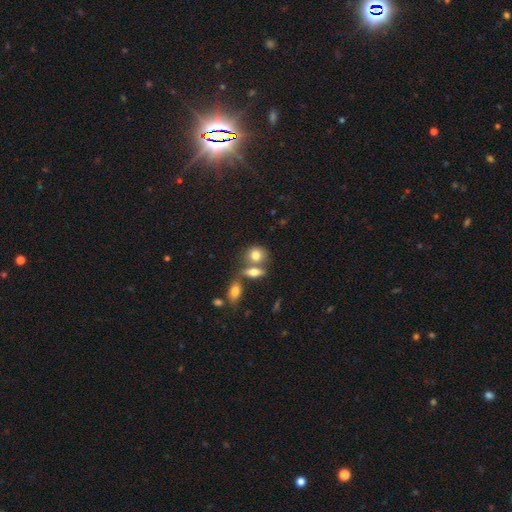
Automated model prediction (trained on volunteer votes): Smooth or featured?
  - smooth: 80% *
  - featured or disk: 12%
  - star or artifact: 8%
How rounded?
  - round: 49% *
  - in between: 48%
  - cigar-shaped: 3%
Merging?
  - none: 44% *
  - merger: 41%
  - minor disturbance: 11%
  - major disturbance: 4%